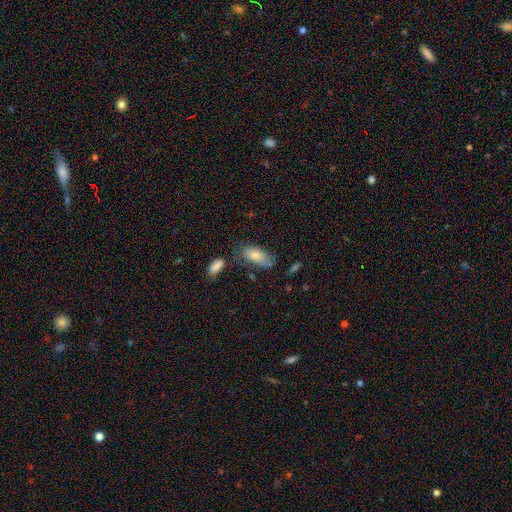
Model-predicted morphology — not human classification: smooth-or-featured: smooth: 81% | featured or disk: 13% | star or artifact: 7%
  how-rounded: in between: 89% | cigar-shaped: 8% | round: 2%
  merging: none: 54% | minor disturbance: 25% | merger: 11% | major disturbance: 9%